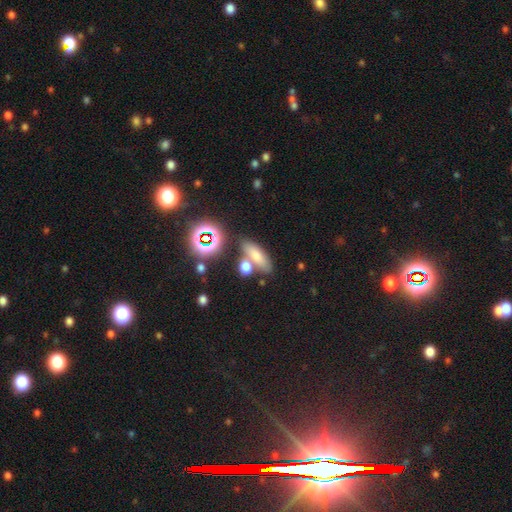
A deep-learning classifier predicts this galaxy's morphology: Q: Smooth or featured?
A: smooth (62%); runner-up: star or artifact (23%)
Q: How rounded?
A: in between (56%); runner-up: cigar-shaped (31%)
Q: Merging?
A: none (67%); runner-up: merger (17%)